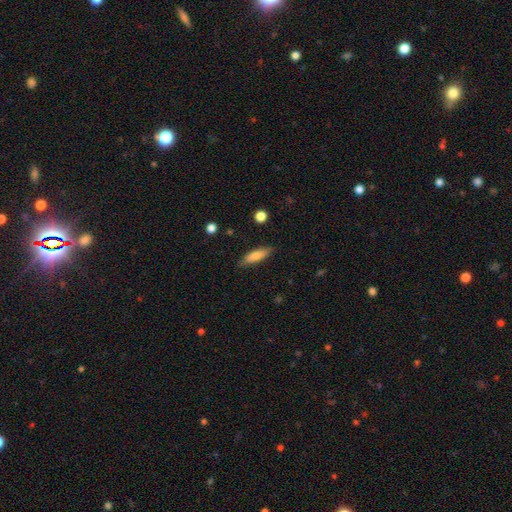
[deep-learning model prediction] A smooth galaxy with no disk features (75%) that is cigar-shaped (64%).

Vote fractions:
- Smooth or featured? smooth: 75% / featured or disk: 18% / star or artifact: 6%
- How rounded? cigar-shaped: 64% / in between: 35% / round: 2%
- Merging? none: 85% / minor disturbance: 11% / major disturbance: 2% / merger: 1%